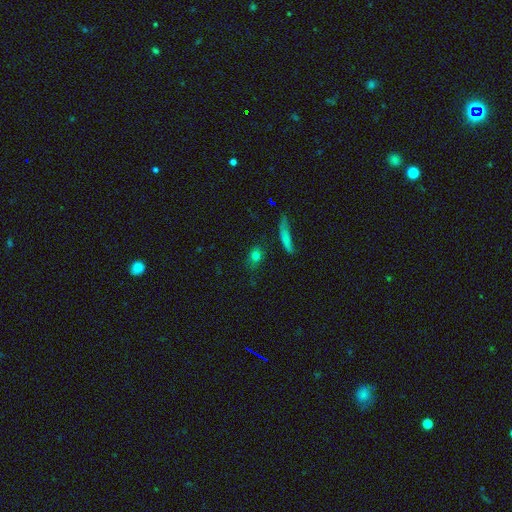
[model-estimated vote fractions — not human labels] smooth_or_featured: smooth (p=0.72) [alt: star or artifact p=0.15]
how_rounded: in between (p=0.51) [alt: round p=0.35]
merging: none (p=0.74) [alt: minor disturbance p=0.17]